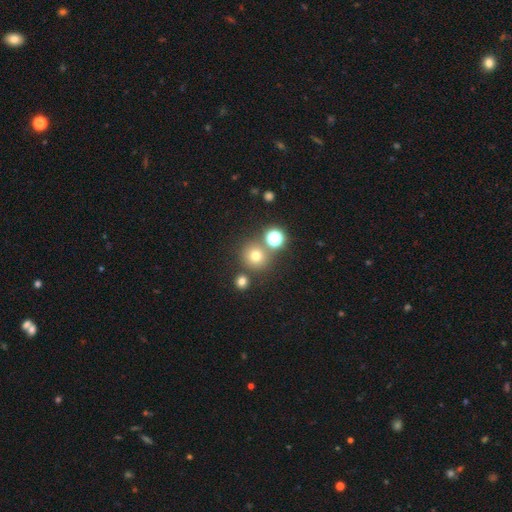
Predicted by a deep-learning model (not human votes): Smooth or featured? Predicted: smooth (p=0.71). How rounded? Predicted: round (p=0.92). Merging? Predicted: none (p=0.76).